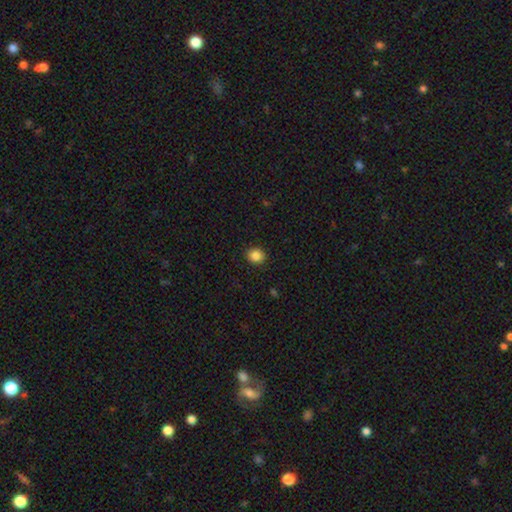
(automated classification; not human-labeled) A smooth galaxy with no disk features (87%) that is round (73%).

Vote fractions:
- Smooth or featured? smooth: 87% / star or artifact: 10% / featured or disk: 4%
- How rounded? round: 73% / in between: 26% / cigar-shaped: 1%
- Merging? none: 90% / minor disturbance: 7% / major disturbance: 2% / merger: 1%